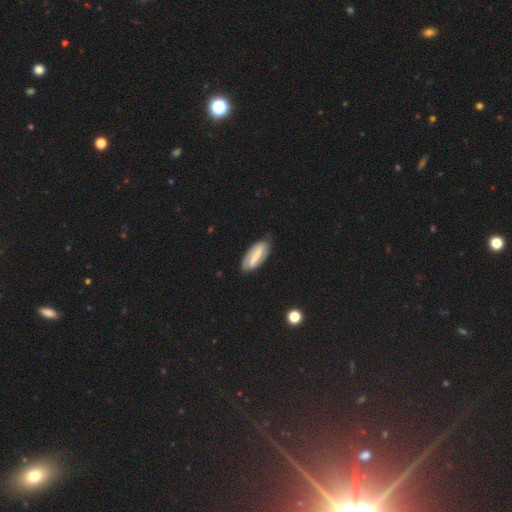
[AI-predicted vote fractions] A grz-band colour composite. It shows a featured or disk galaxy (53%). Merging: none (78%).